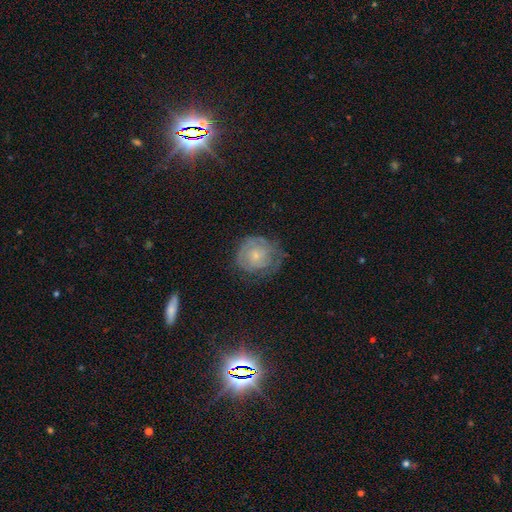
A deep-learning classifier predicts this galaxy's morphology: Smooth or featured? featured or disk (54%)
Edge-on disk? no (97%)
Bar? no (82%)
Spiral arms? yes (68%)
Bulge size? small (65%)
Merging? none (58%)